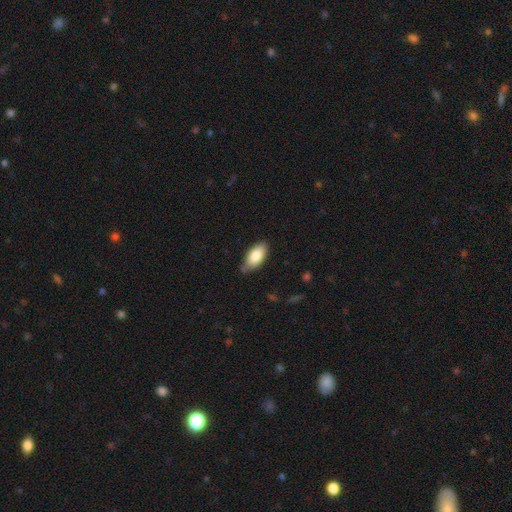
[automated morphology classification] A smooth galaxy with no disk features (83%) that is in between round and cigar-shaped (92%). Merging: none (72%).